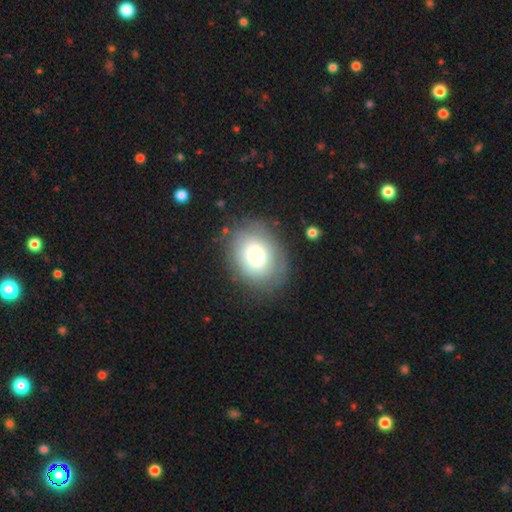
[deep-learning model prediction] smooth-or-featured: smooth: 68% | featured or disk: 23% | star or artifact: 9%
  how-rounded: in between: 58% | round: 41% | cigar-shaped: 1%
  merging: none: 75% | minor disturbance: 16% | major disturbance: 8% | merger: 2%